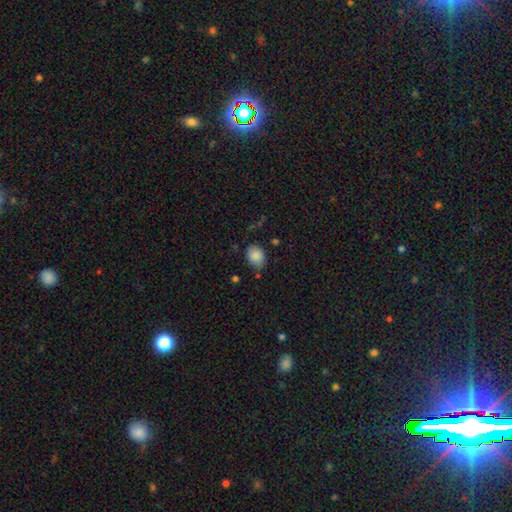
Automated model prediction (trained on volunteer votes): Overall: smooth (86%). How rounded: in between (61%; round 38%). Merging: none (73%).